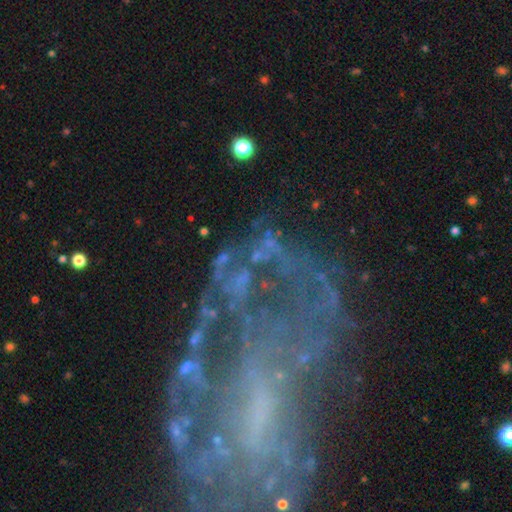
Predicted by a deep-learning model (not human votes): Smooth or featured?
  - featured or disk: 60% *
  - star or artifact: 26%
  - smooth: 13%
Edge-on disk?
  - no: 94% *
  - yes: 6%
Bar?
  - no: 66% *
  - weak: 19%
  - strong: 14%
Spiral arms?
  - no: 61% *
  - yes: 39%
Bulge size?
  - none: 56% *
  - small: 24%
  - moderate: 14%
  - large: 4%
  - dominant: 2%
Merging?
  - none: 46% *
  - major disturbance: 33%
  - minor disturbance: 14%
  - merger: 8%